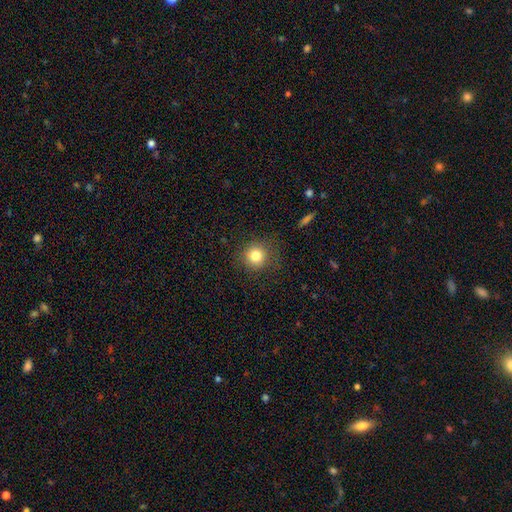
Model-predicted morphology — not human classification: A smooth galaxy with no disk features (81%) that is round (92%). Merging: none (85%).